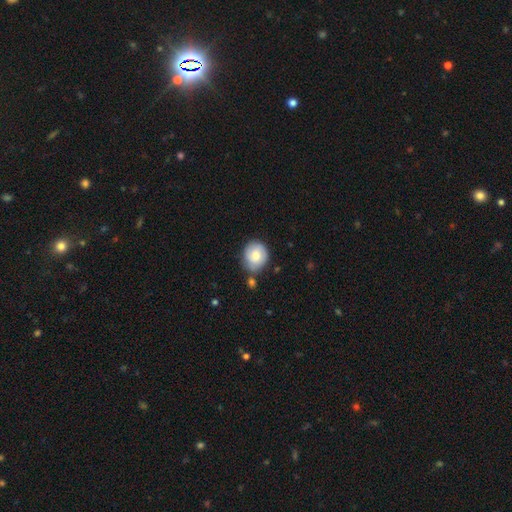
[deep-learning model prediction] Smooth or featured: smooth — 71% (featured or disk — 22%)
How rounded: round — 76% (in between — 23%)
Merging: none — 66% (minor disturbance — 20%)